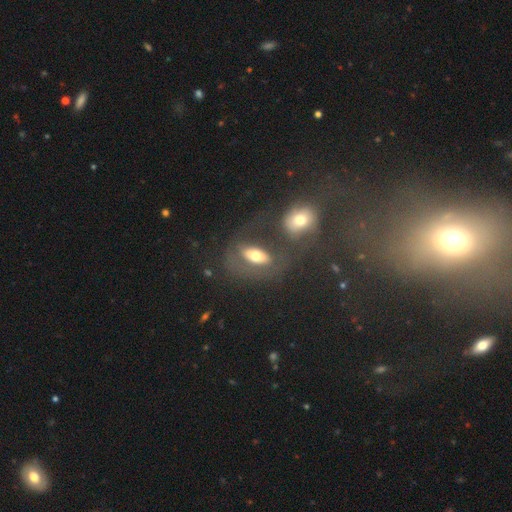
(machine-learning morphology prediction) A smooth galaxy with no disk features (55%) that is in between round and cigar-shaped (84%).

Vote fractions:
- Smooth or featured? smooth: 55% / featured or disk: 36% / star or artifact: 10%
- How rounded? in between: 84% / round: 11% / cigar-shaped: 5%
- Merging? none: 40% / merger: 27% / major disturbance: 19% / minor disturbance: 13%